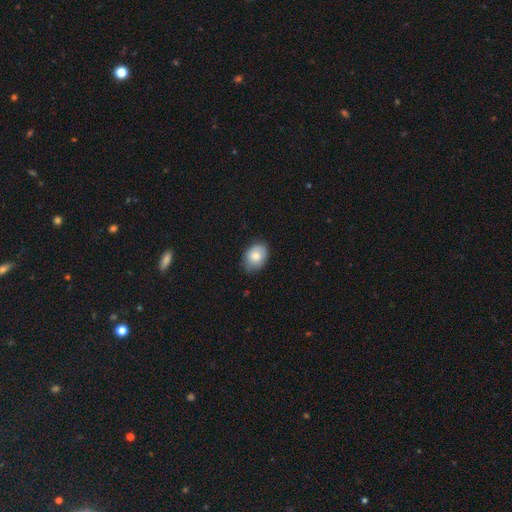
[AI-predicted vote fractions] This appears to be a smooth galaxy with no disk features (78%) that is in between round and cigar-shaped (73%). Merging: none (75%).